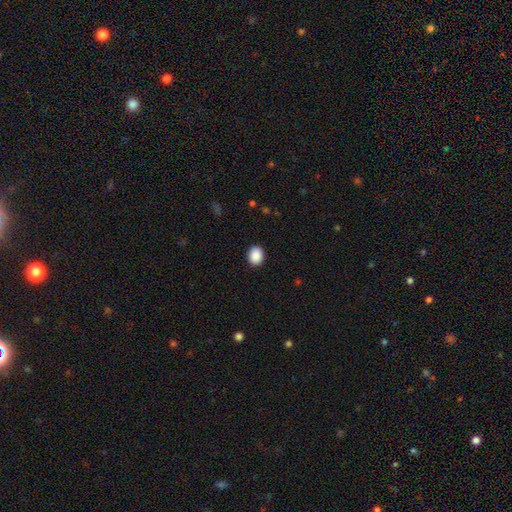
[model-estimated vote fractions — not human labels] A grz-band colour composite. It shows a smooth galaxy with no disk features (90%) that is round (52%). Merging: none (90%).